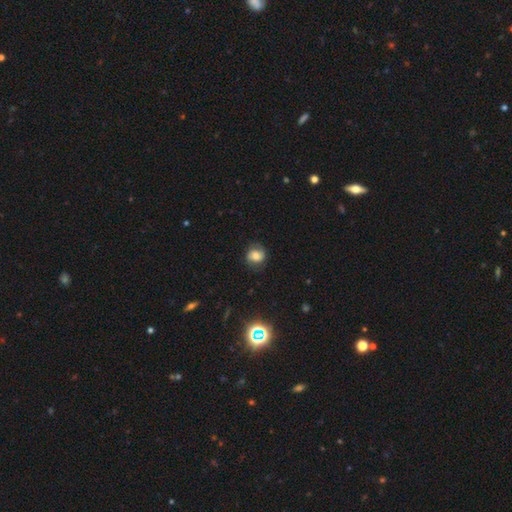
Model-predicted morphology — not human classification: Overall: smooth (65%). How rounded: round (70%). Merging: none (76%).